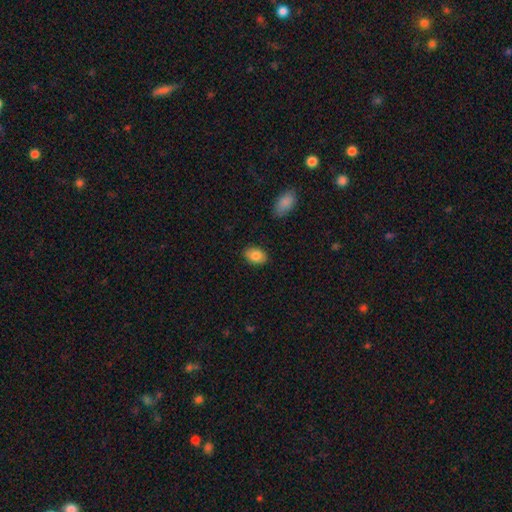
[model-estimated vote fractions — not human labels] Smooth or featured? smooth (85%)
How rounded? in between (87%)
Merging? none (87%)